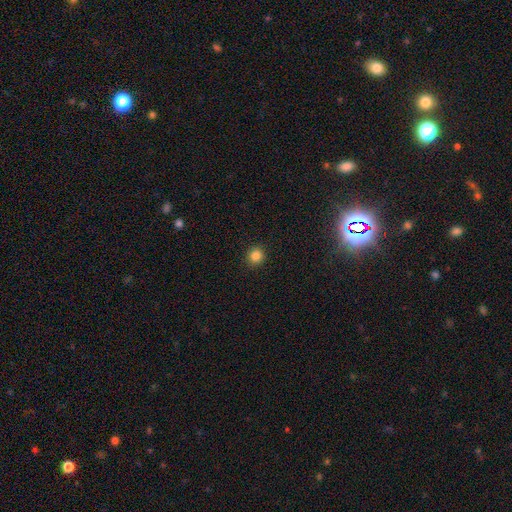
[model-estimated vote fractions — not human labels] smooth-or-featured: smooth: 85% | star or artifact: 11% | featured or disk: 4%
  how-rounded: round: 90% | in between: 10% | cigar-shaped: 1%
  merging: none: 92% | minor disturbance: 5% | major disturbance: 2% | merger: 1%